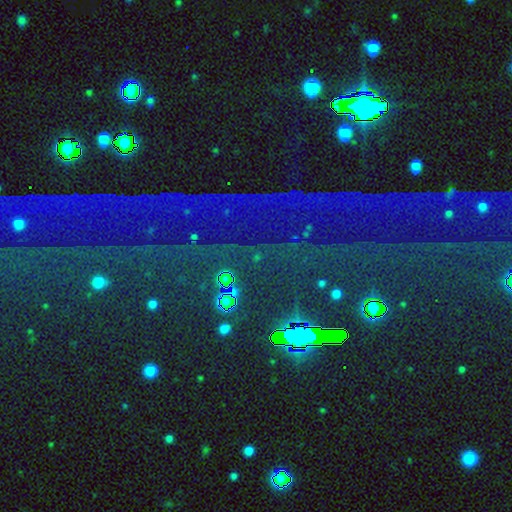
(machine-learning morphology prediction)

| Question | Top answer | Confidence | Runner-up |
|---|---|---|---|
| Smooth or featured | star or artifact | 85% | smooth (8%) |